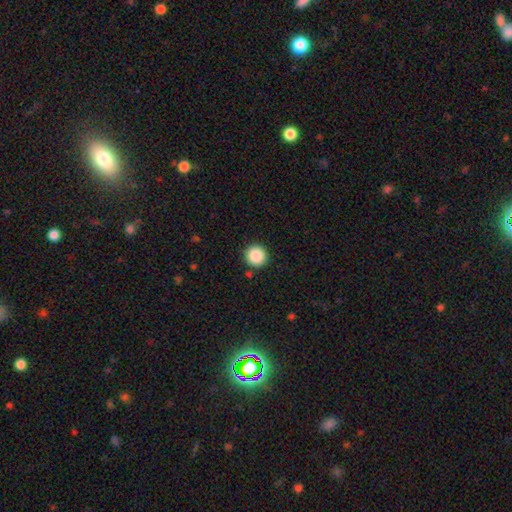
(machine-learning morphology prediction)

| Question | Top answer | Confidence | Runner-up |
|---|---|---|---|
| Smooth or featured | smooth | 88% | star or artifact (9%) |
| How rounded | round | 96% | in between (3%) |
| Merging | none | 90% | minor disturbance (6%) |